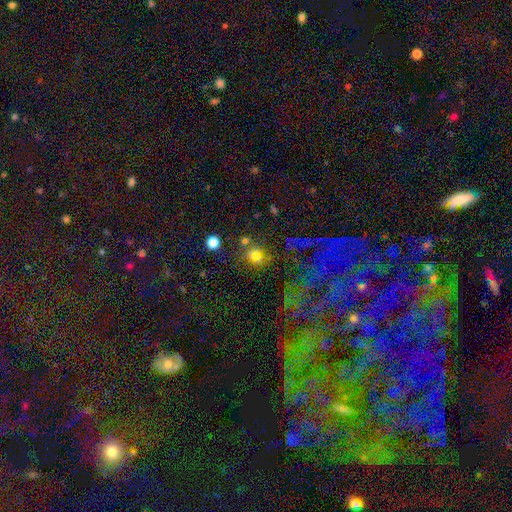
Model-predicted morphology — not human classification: Smooth or featured? Predicted: smooth (p=0.51). How rounded? Predicted: round (p=0.79). Merging? Predicted: none (p=0.70).